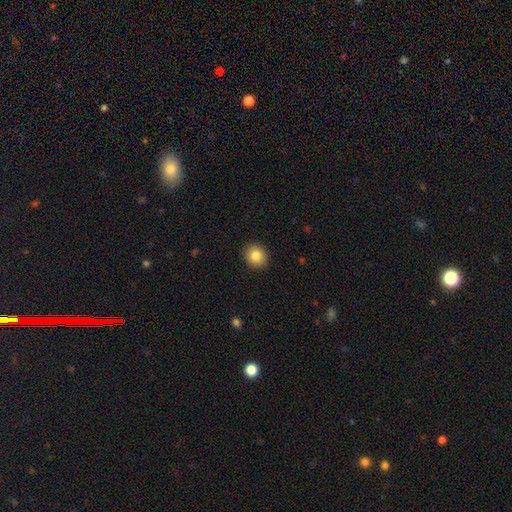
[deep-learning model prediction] Smooth or featured: smooth — 83% (star or artifact — 9%)
How rounded: round — 82% (in between — 17%)
Merging: none — 91% (minor disturbance — 6%)